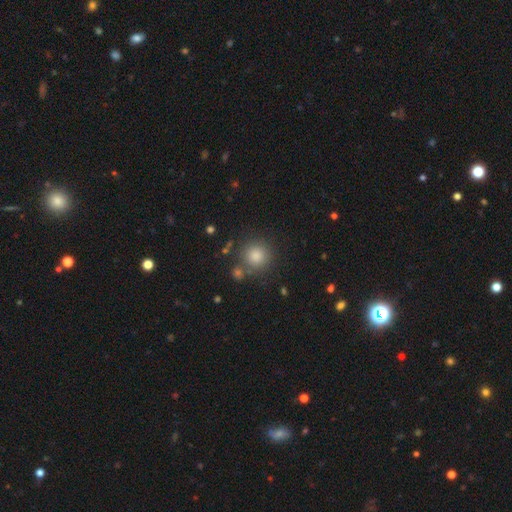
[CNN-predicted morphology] smooth-or-featured: smooth: 80% | star or artifact: 14% | featured or disk: 6%
  how-rounded: round: 94% | in between: 5% | cigar-shaped: 1%
  merging: none: 80% | minor disturbance: 8% | merger: 8% | major disturbance: 3%